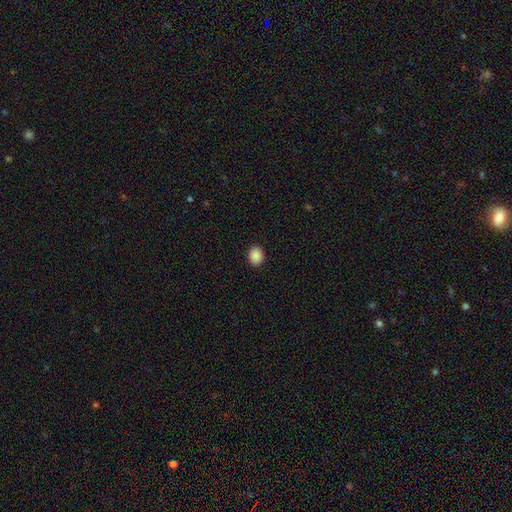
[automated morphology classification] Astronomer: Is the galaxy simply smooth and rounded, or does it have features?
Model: smooth — 89%.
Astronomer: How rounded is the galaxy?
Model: round — 53% (runner-up: in between, 46%).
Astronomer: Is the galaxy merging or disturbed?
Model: none — 91%.